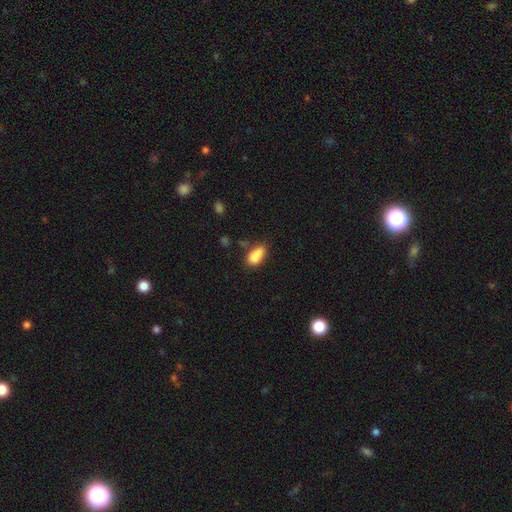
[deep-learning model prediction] Smooth or featured?
  - smooth: 86% *
  - star or artifact: 8%
  - featured or disk: 6%
How rounded?
  - in between: 85% *
  - cigar-shaped: 10%
  - round: 4%
Merging?
  - none: 60% *
  - minor disturbance: 27%
  - major disturbance: 7%
  - merger: 6%